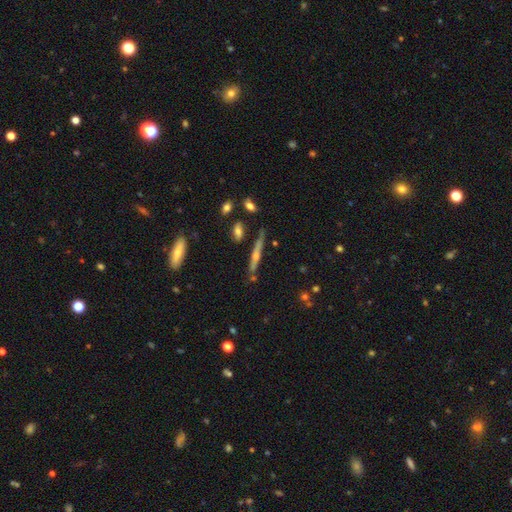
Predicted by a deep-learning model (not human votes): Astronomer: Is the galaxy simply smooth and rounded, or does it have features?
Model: featured or disk — 65%.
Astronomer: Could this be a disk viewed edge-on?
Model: yes — 94%.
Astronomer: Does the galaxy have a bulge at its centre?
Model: rounded — 81%.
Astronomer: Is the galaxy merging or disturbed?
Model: none — 77%.